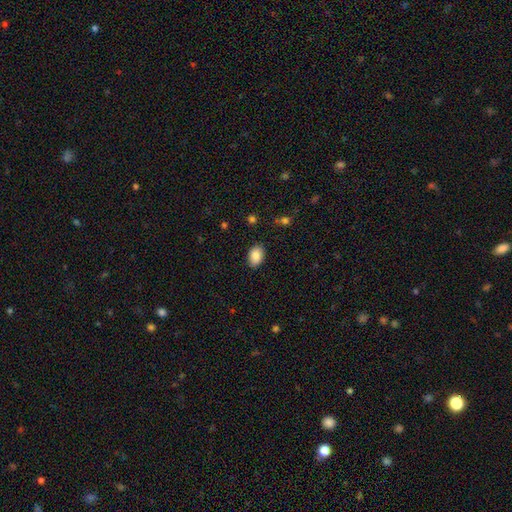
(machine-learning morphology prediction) This appears to be a smooth galaxy with no disk features (88%) that is in between round and cigar-shaped (85%). Merging: none (86%).